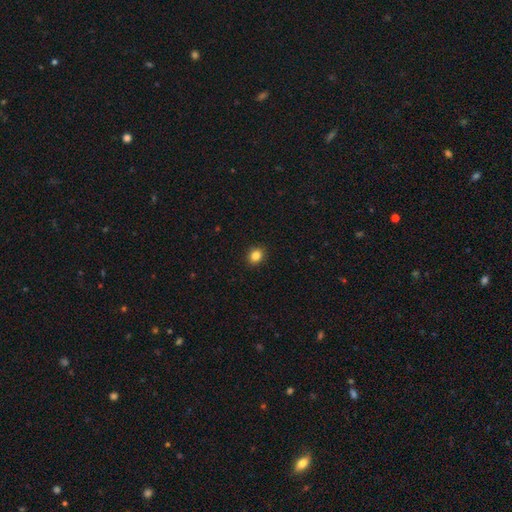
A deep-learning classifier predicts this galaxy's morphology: Q: Smooth or featured?
A: smooth (85%); runner-up: star or artifact (11%)
Q: How rounded?
A: round (58%); runner-up: in between (41%)
Q: Merging?
A: none (91%); runner-up: minor disturbance (6%)